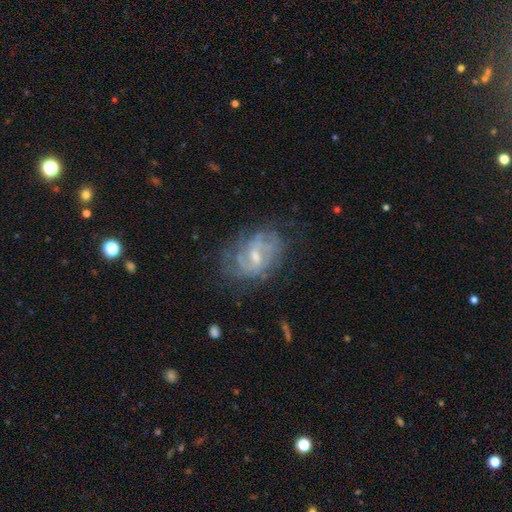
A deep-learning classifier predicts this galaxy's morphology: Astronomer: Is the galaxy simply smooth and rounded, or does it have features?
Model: featured or disk — 77%.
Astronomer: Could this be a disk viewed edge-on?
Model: no — 97%.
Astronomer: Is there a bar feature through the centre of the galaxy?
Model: weak — 55% (runner-up: no, 32%).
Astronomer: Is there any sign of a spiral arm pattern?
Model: yes — 83%.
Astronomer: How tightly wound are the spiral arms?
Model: tight — 47% (runner-up: medium, 38%).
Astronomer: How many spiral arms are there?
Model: can't tell — 41% (runner-up: 2, 35%).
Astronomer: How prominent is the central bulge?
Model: moderate — 46%, tied with small at 46%.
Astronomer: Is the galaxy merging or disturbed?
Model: none — 64%.